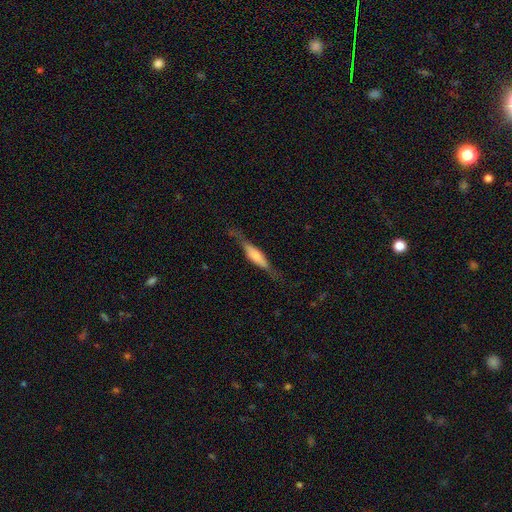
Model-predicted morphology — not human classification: Smooth or featured? featured or disk (51%)
Edge-on disk? yes (92%)
Merging? none (71%)